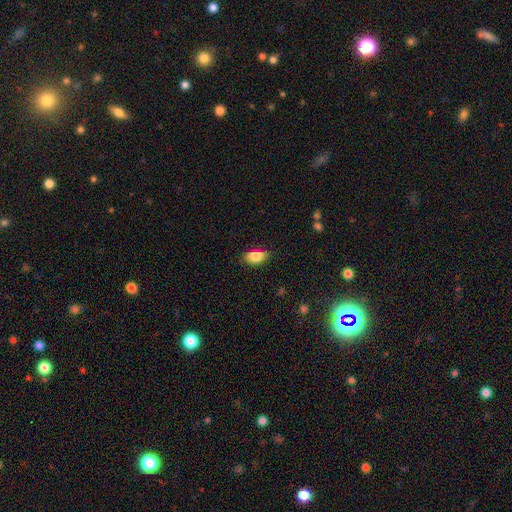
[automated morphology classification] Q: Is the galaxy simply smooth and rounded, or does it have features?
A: smooth — 83%.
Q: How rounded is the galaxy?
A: in between — 89%.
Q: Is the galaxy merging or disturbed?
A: none — 75%.